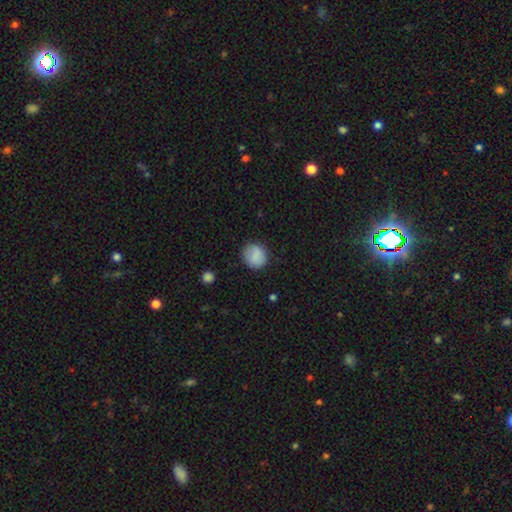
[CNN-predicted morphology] A smooth galaxy with no disk features (85%) that is round (86%).

Vote fractions:
- Smooth or featured? smooth: 85% / star or artifact: 8% / featured or disk: 7%
- How rounded? round: 86% / in between: 13% / cigar-shaped: 1%
- Merging? none: 86% / minor disturbance: 10% / major disturbance: 3% / merger: 1%